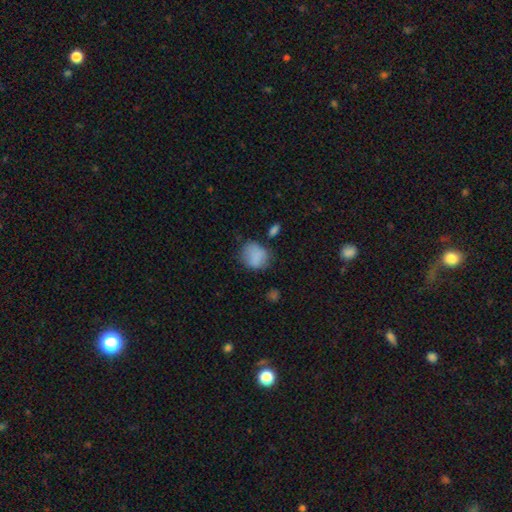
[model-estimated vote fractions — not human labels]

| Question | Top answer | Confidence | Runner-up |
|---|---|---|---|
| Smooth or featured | smooth | 81% | star or artifact (9%) |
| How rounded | round | 63% | in between (36%) |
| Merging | none | 60% | minor disturbance (25%) |